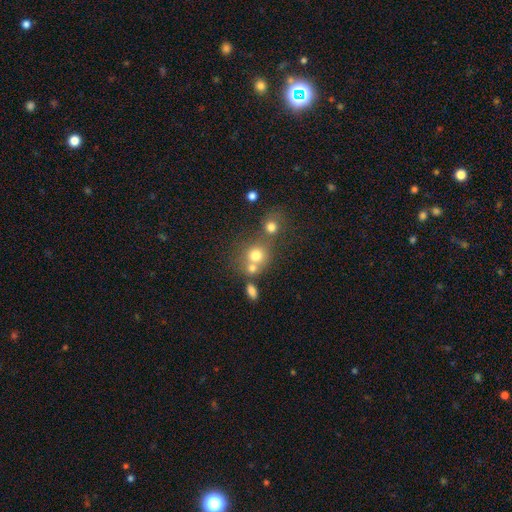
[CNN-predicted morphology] Smooth or featured? Predicted: smooth (p=0.73). How rounded? Predicted: round (p=0.82). Merging? Predicted: none (p=0.44).